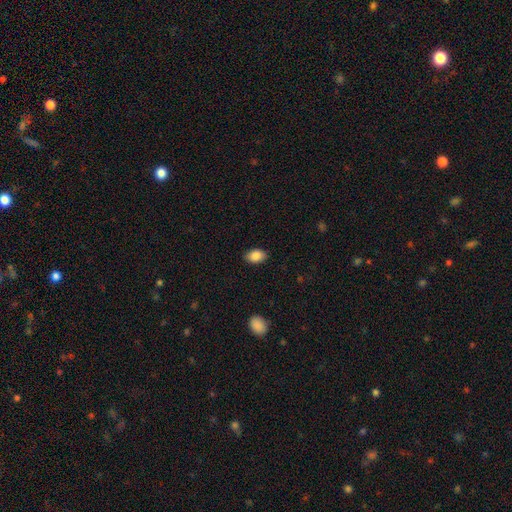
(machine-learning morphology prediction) A smooth galaxy with no disk features (87%) that is in between round and cigar-shaped (87%).

Vote fractions:
- Smooth or featured? smooth: 87% / star or artifact: 8% / featured or disk: 5%
- How rounded? in between: 87% / round: 11% / cigar-shaped: 1%
- Merging? none: 87% / minor disturbance: 9% / major disturbance: 2% / merger: 1%